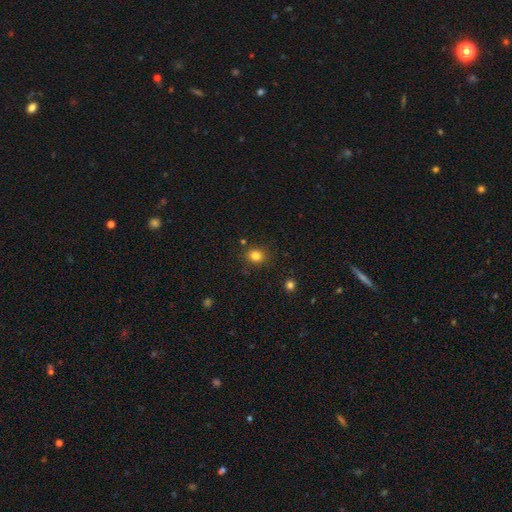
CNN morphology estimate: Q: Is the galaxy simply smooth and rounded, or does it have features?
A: smooth — 82%.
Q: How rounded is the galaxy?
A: round — 65%.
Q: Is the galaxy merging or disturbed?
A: none — 85%.